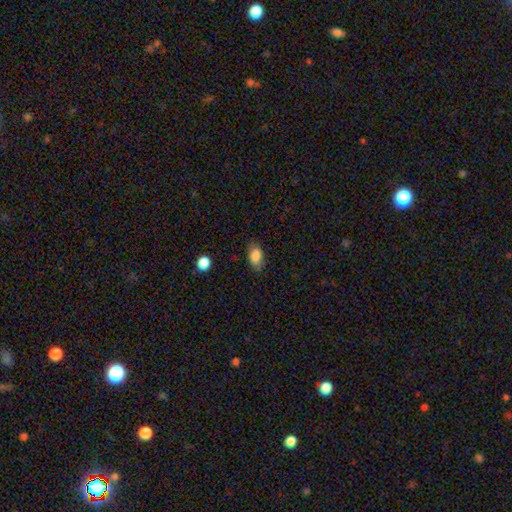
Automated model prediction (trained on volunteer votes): Q: Smooth or featured?
A: smooth (85%); runner-up: star or artifact (8%)
Q: How rounded?
A: in between (89%); runner-up: round (8%)
Q: Merging?
A: none (80%); runner-up: minor disturbance (15%)